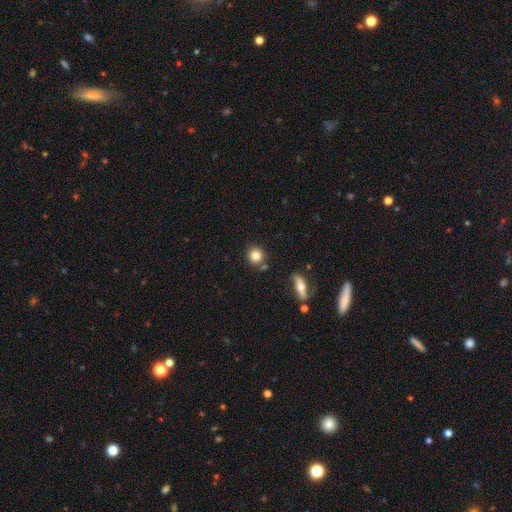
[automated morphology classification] smooth-or-featured: smooth: 82% | star or artifact: 9% | featured or disk: 9%
  how-rounded: round: 89% | in between: 9% | cigar-shaped: 1%
  merging: none: 78% | minor disturbance: 10% | merger: 10% | major disturbance: 3%